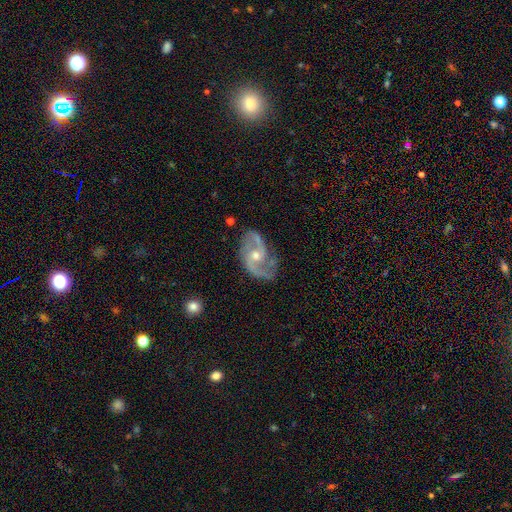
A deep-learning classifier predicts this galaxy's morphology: A featured or disk galaxy (90%) with no bar (54%), 2 (89%) medium (51%) spiral arms (97%) and a moderate central bulge (64%). Merging: none (70%).